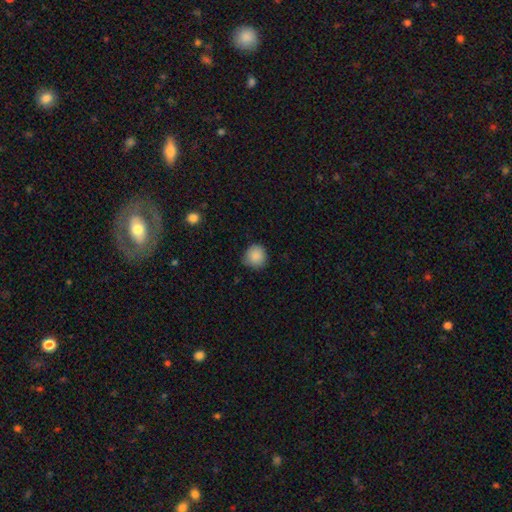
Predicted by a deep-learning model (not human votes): This is clearly a smooth galaxy (88%). How rounded: clearly round (92%). Merging: clearly none (81%).